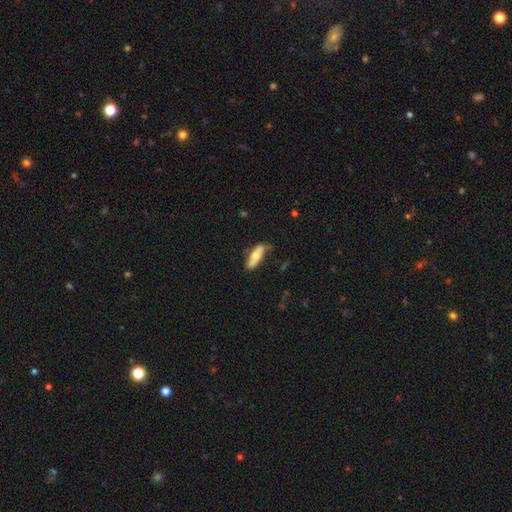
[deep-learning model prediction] smooth_or_featured: smooth (p=0.54) [alt: featured or disk p=0.40]
how_rounded: in between (p=0.58) [alt: cigar-shaped p=0.39]
merging: none (p=0.66) [alt: minor disturbance p=0.24]